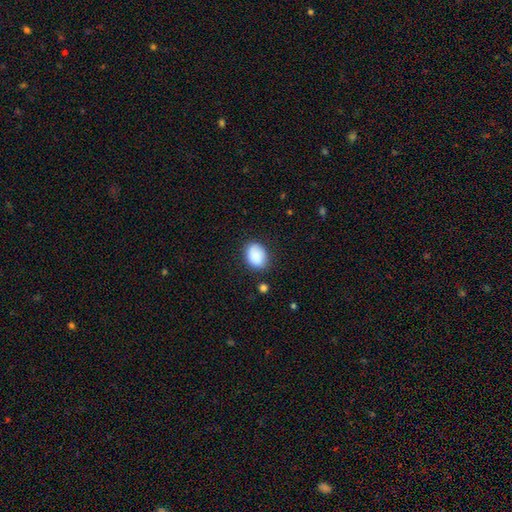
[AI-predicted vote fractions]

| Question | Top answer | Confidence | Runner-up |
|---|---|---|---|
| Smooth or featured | smooth | 89% | star or artifact (7%) |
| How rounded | in between | 64% | round (35%) |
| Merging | none | 82% | minor disturbance (13%) |